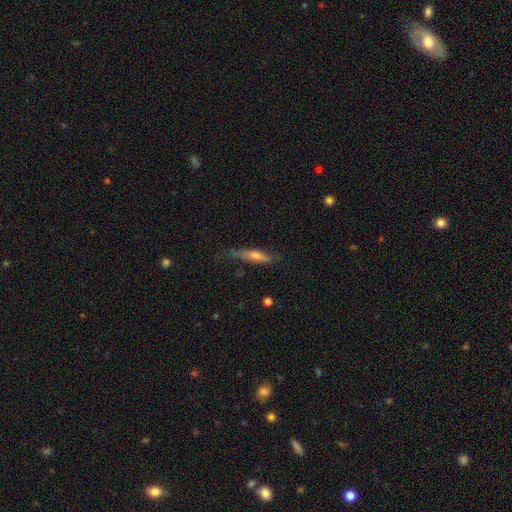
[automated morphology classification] Overall: smooth (47%; featured or disk 45%). Merging: none (62%; minor disturbance 28%).